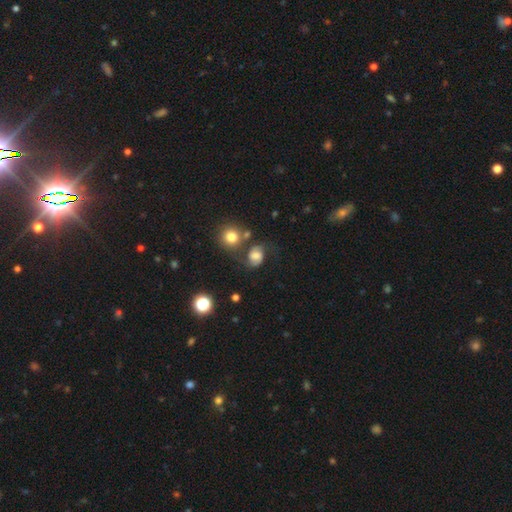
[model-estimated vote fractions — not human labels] Smooth or featured: featured or disk — 51% (smooth — 37%)
Edge-on disk: no — 97% (yes — 3%)
Merging: none — 53% (minor disturbance — 21%)